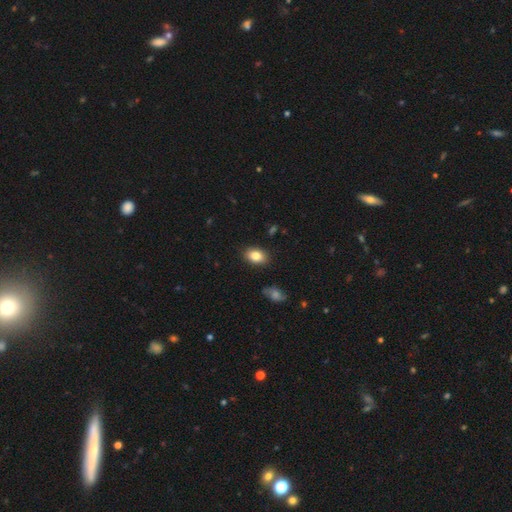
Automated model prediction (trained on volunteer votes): A smooth galaxy with no disk features (83%) that is in between round and cigar-shaped (81%). Merging: none (88%).